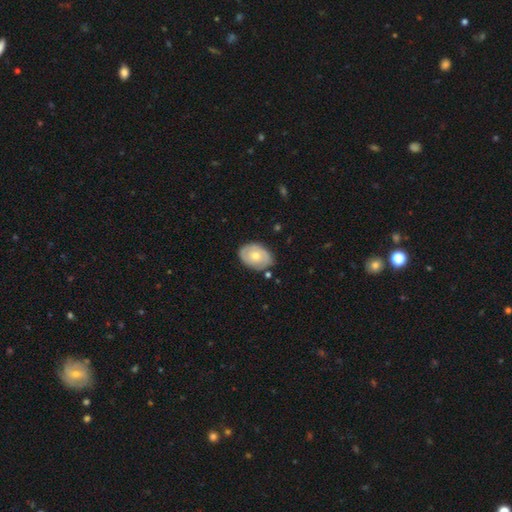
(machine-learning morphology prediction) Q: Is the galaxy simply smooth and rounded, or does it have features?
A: featured or disk — 54%.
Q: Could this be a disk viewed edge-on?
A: no — 95%.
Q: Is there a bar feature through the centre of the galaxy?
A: no — 81%.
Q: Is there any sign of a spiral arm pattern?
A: yes — 70%.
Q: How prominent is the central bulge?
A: moderate — 59%.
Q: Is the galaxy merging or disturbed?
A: none — 76%.